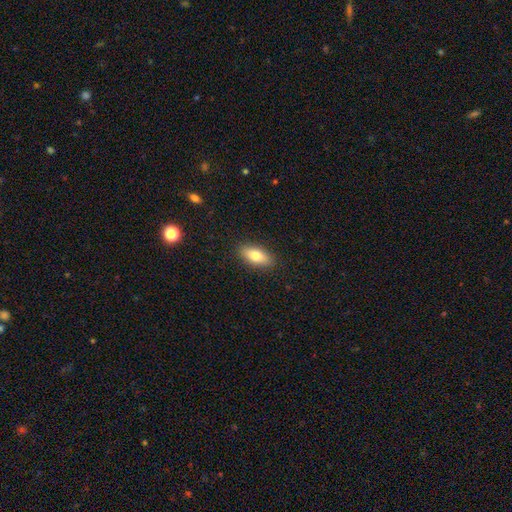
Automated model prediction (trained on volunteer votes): smooth_or_featured: smooth (p=0.76) [alt: featured or disk p=0.17]
how_rounded: in between (p=0.82) [alt: cigar-shaped p=0.14]
merging: none (p=0.89) [alt: minor disturbance p=0.08]